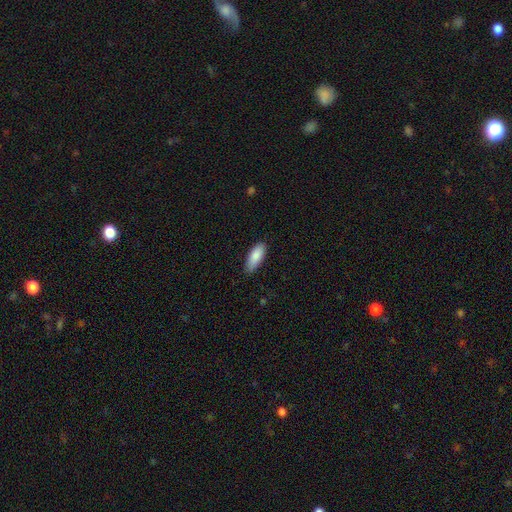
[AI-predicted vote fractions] The model was most divided on "how rounded": in between: 75%, cigar-shaped: 23%, round: 2%. More confident: smooth or featured — smooth (87%); merging — none (81%).